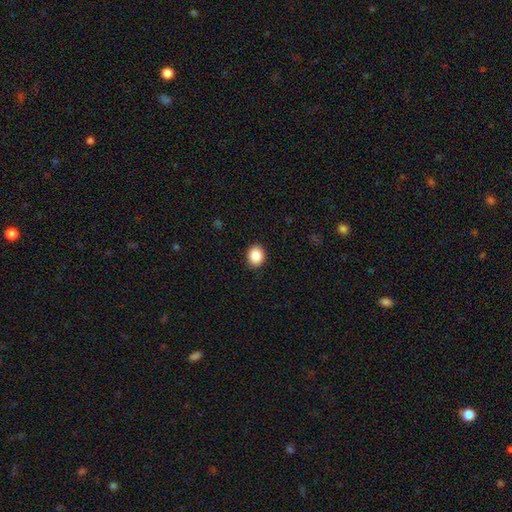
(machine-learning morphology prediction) A smooth galaxy with no disk features (87%) that is round (59%). Merging: none (90%).